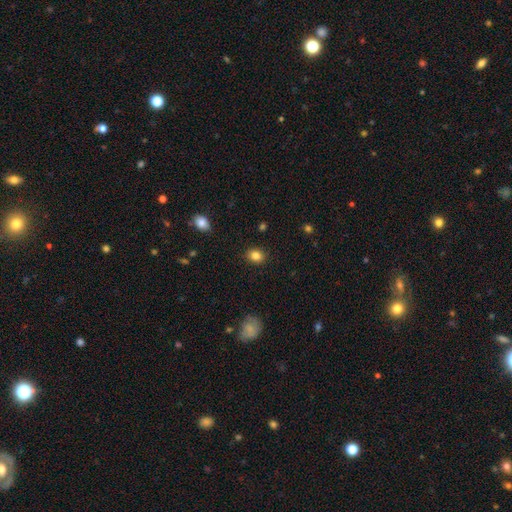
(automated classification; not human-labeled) The model was most divided on "how rounded": in between: 51%, round: 48%, cigar-shaped: 1%. More confident: merging — none (88%); smooth or featured — smooth (84%).